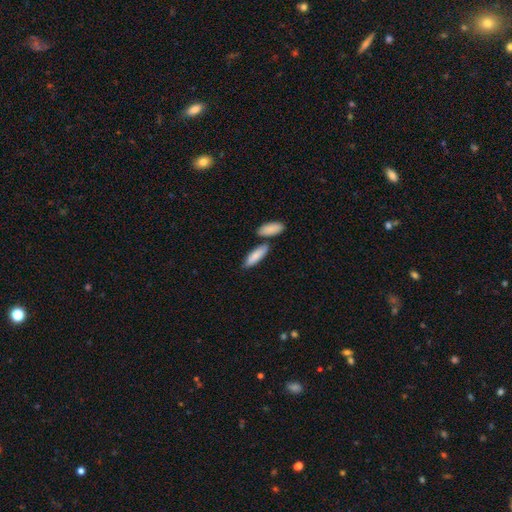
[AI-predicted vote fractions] The model was most divided on "how rounded": in between: 59%, cigar-shaped: 39%, round: 2%. More confident: smooth or featured — smooth (85%); merging — none (66%).